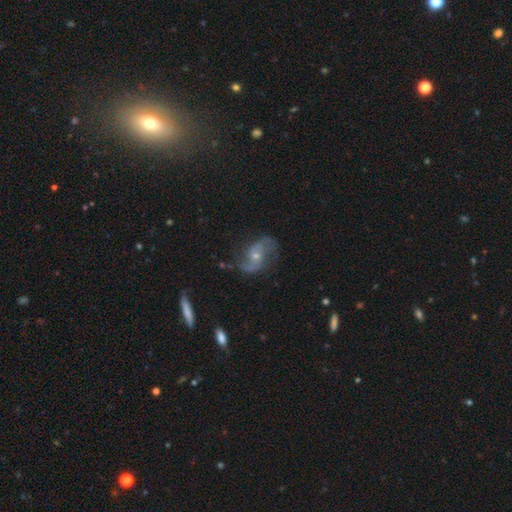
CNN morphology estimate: This appears to be a featured or disk galaxy (84%) with no bar (57%), 2 (91%) loose (55%) spiral arms (95%) and a small central bulge (56%). Merging: none (69%).